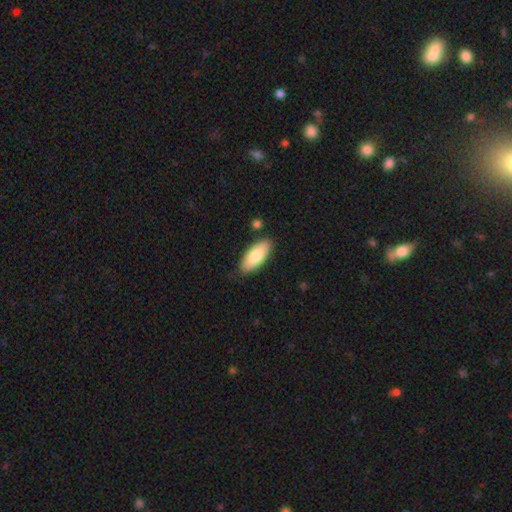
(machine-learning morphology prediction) Smooth or featured? Predicted: smooth (p=0.80). How rounded? Predicted: in between (p=0.83). Merging? Predicted: none (p=0.84).